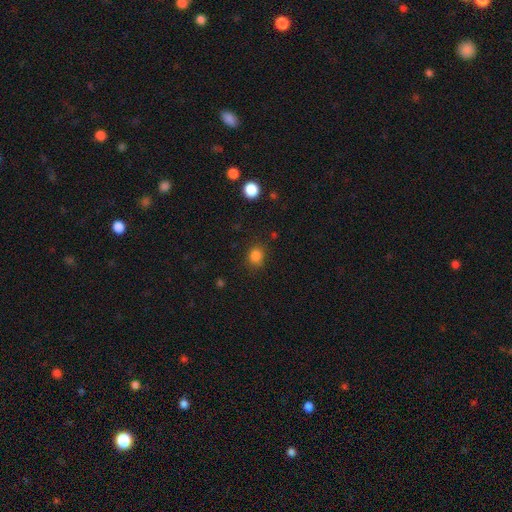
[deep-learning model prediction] Smooth or featured: smooth — 83% (star or artifact — 13%)
How rounded: round — 75% (in between — 24%)
Merging: none — 82% (minor disturbance — 13%)